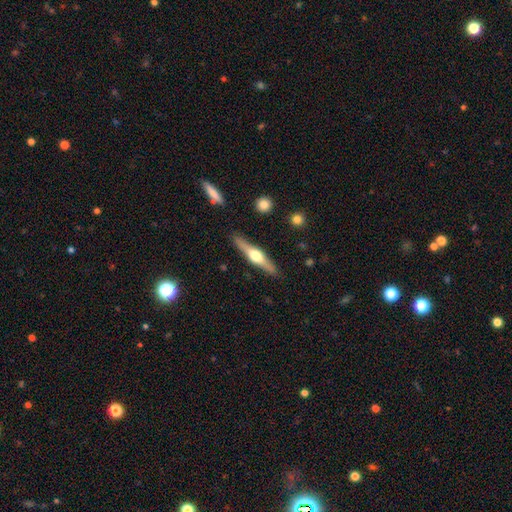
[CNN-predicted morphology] Smooth or featured: featured or disk — 68% (smooth — 27%)
Edge-on disk: yes — 97% (no — 3%)
Edge-on bulge: rounded — 94% (boxy — 4%)
Merging: none — 88% (minor disturbance — 9%)